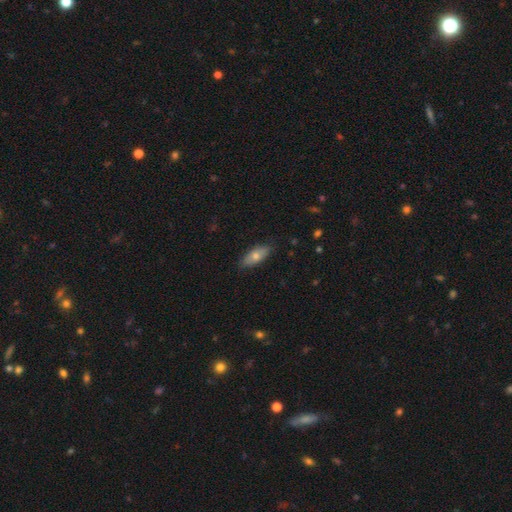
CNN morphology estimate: smooth-or-featured: smooth: 65% | featured or disk: 28% | star or artifact: 7%
  how-rounded: in between: 74% | cigar-shaped: 23% | round: 3%
  merging: none: 84% | minor disturbance: 13% | major disturbance: 2% | merger: 1%